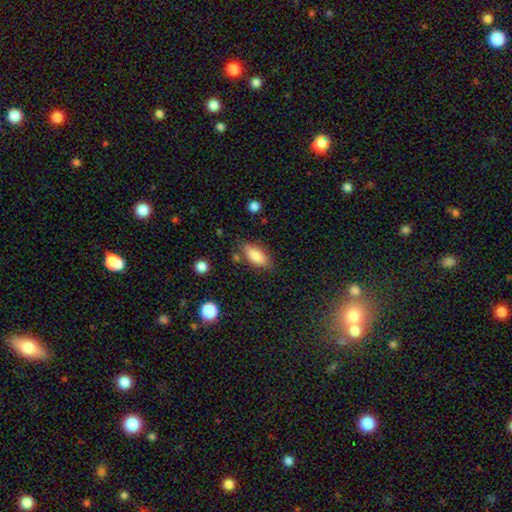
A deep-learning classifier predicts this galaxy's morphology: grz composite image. It shows a smooth galaxy with no disk features (81%) that is in between round and cigar-shaped (81%). Merging: none (74%).